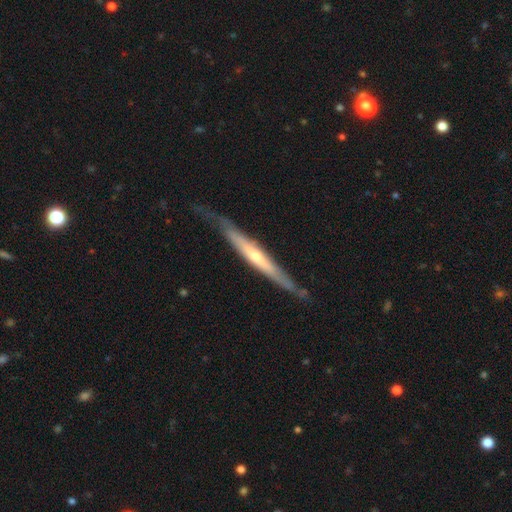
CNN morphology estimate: Smooth or featured?
  - featured or disk: 76% *
  - smooth: 18%
  - star or artifact: 6%
Edge-on disk?
  - yes: 90% *
  - no: 10%
Edge-on bulge?
  - rounded: 58% *
  - none: 36%
  - boxy: 6%
Merging?
  - none: 72% *
  - minor disturbance: 22%
  - major disturbance: 5%
  - merger: 2%